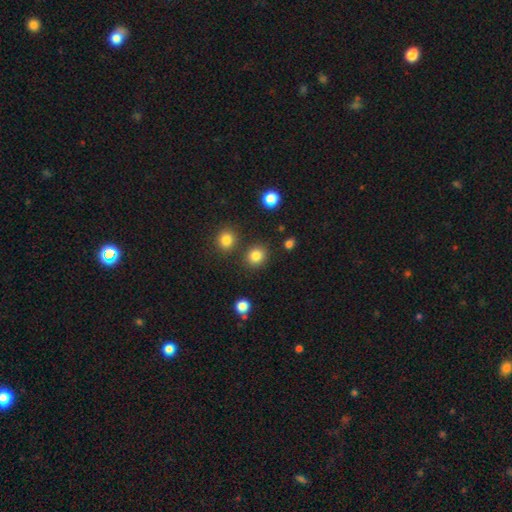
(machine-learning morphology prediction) smooth_or_featured: smooth (p=0.84) [alt: star or artifact p=0.12]
how_rounded: round (p=0.83) [alt: in between p=0.16]
merging: none (p=0.85) [alt: minor disturbance p=0.07]